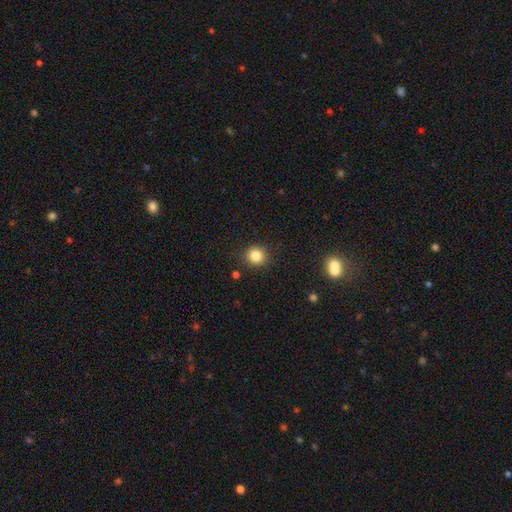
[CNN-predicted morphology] Smooth or featured: smooth — 83% (star or artifact — 12%)
How rounded: round — 90% (in between — 9%)
Merging: none — 89% (minor disturbance — 7%)